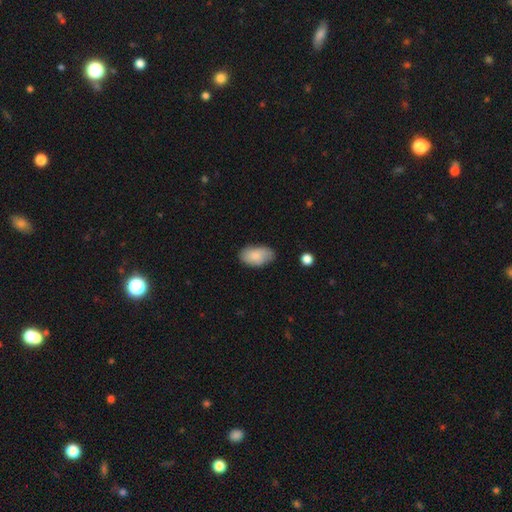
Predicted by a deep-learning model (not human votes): A smooth galaxy with no disk features (84%) that is in between round and cigar-shaped (94%). Merging: none (74%).